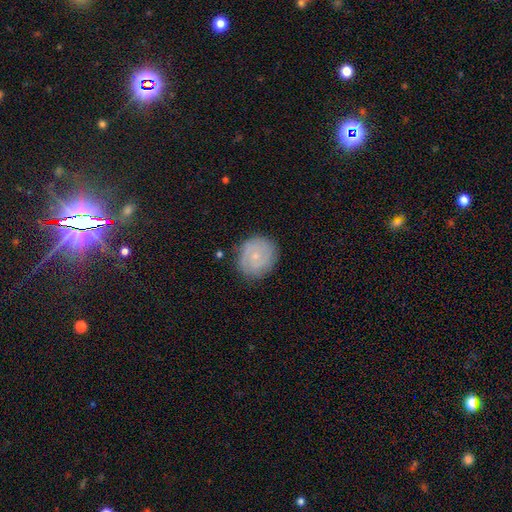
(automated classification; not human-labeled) Smooth or featured: featured or disk — 51% (smooth — 41%)
Edge-on disk: no — 97% (yes — 3%)
Bar: no — 79% (weak — 18%)
Spiral arms: yes — 76% (no — 24%)
Bulge size: small — 78% (moderate — 17%)
Merging: none — 80% (minor disturbance — 15%)